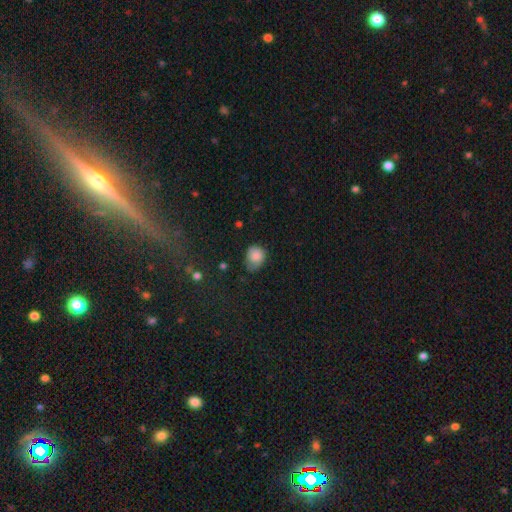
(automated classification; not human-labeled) Smooth or featured?
  - smooth: 84% *
  - star or artifact: 9%
  - featured or disk: 8%
How rounded?
  - round: 57% *
  - in between: 42%
  - cigar-shaped: 1%
Merging?
  - none: 47% *
  - minor disturbance: 40%
  - major disturbance: 10%
  - merger: 2%